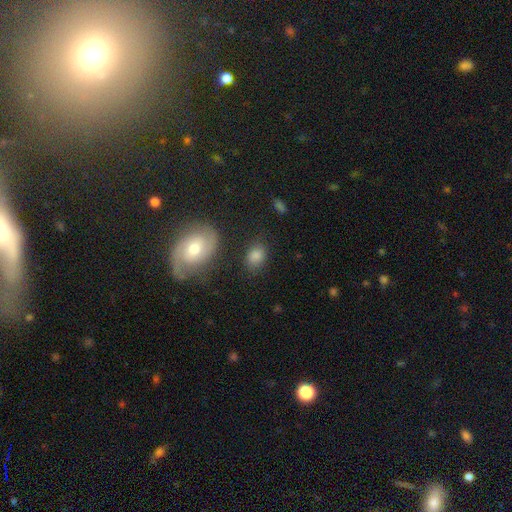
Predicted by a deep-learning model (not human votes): This appears to be a smooth galaxy with no disk features (80%) that is in between round and cigar-shaped (72%). Merging: none (75%).